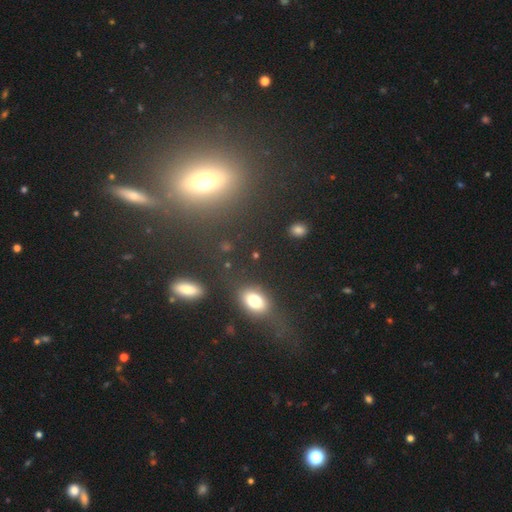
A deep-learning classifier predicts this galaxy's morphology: type=smooth (68%); roundness=in between (64%); merging=none (67%).